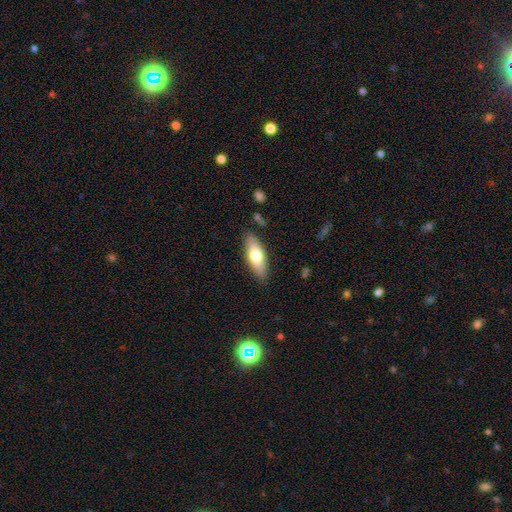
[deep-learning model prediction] A smooth galaxy with no disk features (66%) that is in between round and cigar-shaped (63%).

Vote fractions:
- Smooth or featured? smooth: 66% / featured or disk: 28% / star or artifact: 6%
- How rounded? in between: 63% / cigar-shaped: 35% / round: 2%
- Merging? none: 85% / minor disturbance: 11% / major disturbance: 2% / merger: 2%